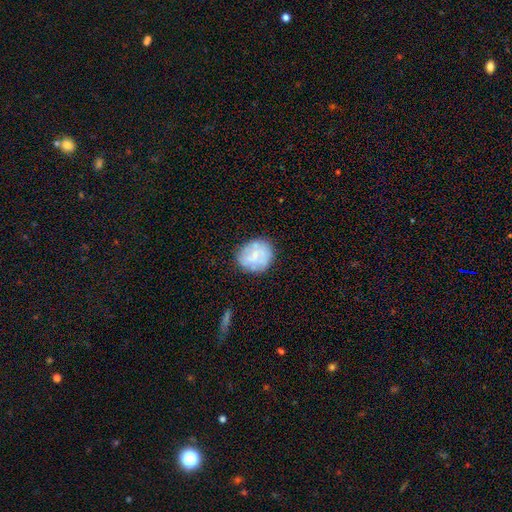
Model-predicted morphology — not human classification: This is likely a smooth galaxy (63%). How rounded: likely round (77%). Merging: likely none (75%).